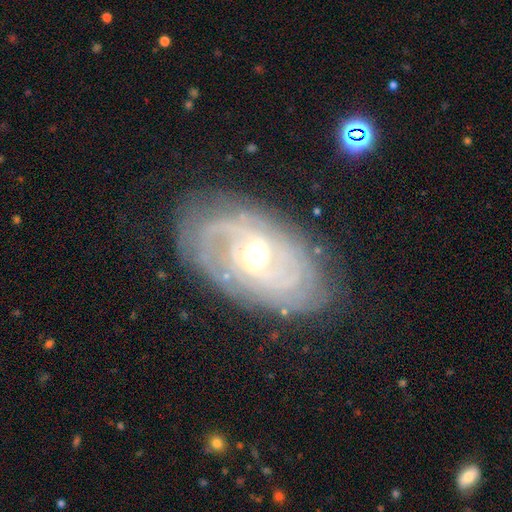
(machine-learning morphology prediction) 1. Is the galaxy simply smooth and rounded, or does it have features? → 85% featured or disk, 9% smooth, 6% star or artifact.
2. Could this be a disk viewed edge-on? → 94% no, 6% yes.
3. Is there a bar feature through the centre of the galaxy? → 43% weak, 40% no, 16% strong.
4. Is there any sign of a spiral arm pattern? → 92% yes, 8% no.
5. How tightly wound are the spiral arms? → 68% tight, 25% medium, 8% loose.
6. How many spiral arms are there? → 36% can't tell, 30% 2, 15% 3, 8% 4, 6% more than 4, 5% 1.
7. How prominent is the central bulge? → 71% moderate, 16% small, 10% large, 1% dominant, 1% none.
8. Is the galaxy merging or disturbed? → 78% none, 16% minor disturbance, 5% major disturbance, 1% merger.